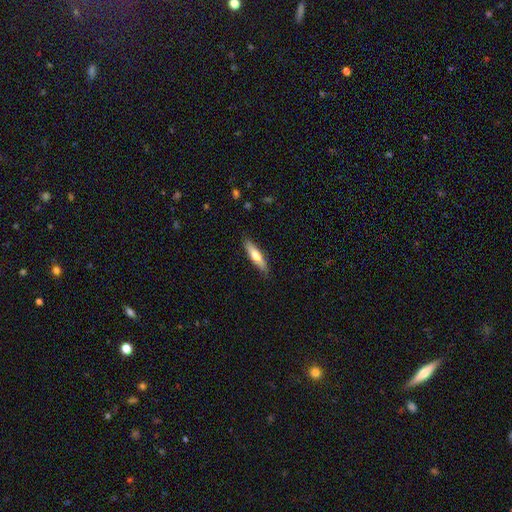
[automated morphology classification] A smooth galaxy with no disk features (59%) that is cigar-shaped (73%).

Vote fractions:
- Smooth or featured? smooth: 59% / featured or disk: 36% / star or artifact: 6%
- How rounded? cigar-shaped: 73% / in between: 25% / round: 2%
- Merging? none: 85% / minor disturbance: 12% / major disturbance: 2% / merger: 1%